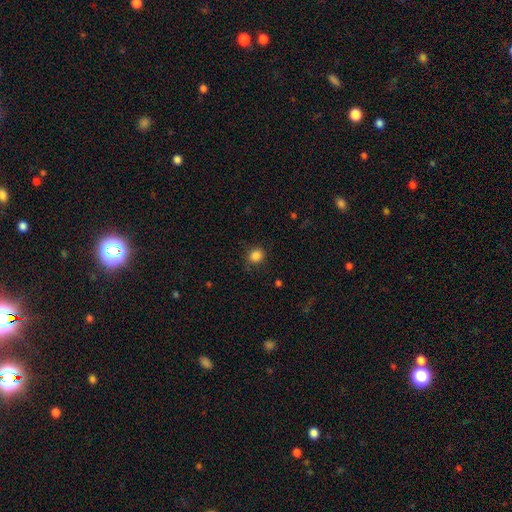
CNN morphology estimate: The model was most divided on "how rounded": round: 83%, in between: 16%, cigar-shaped: 1%. More confident: smooth or featured — smooth (85%); merging — none (82%).